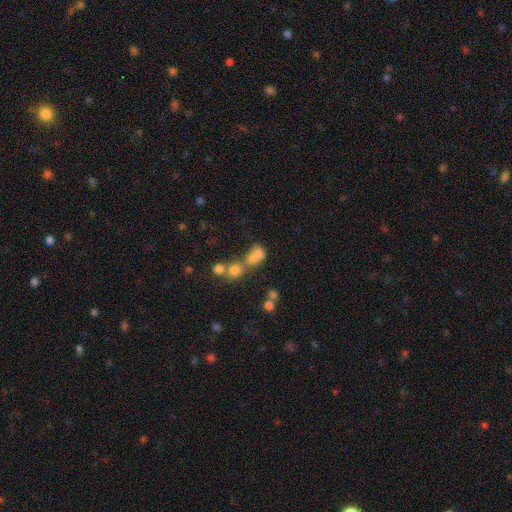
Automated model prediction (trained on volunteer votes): smooth_or_featured: smooth (p=0.64) [alt: featured or disk p=0.20]
how_rounded: round (p=0.54) [alt: in between p=0.43]
merging: merger (p=0.63) [alt: none p=0.23]